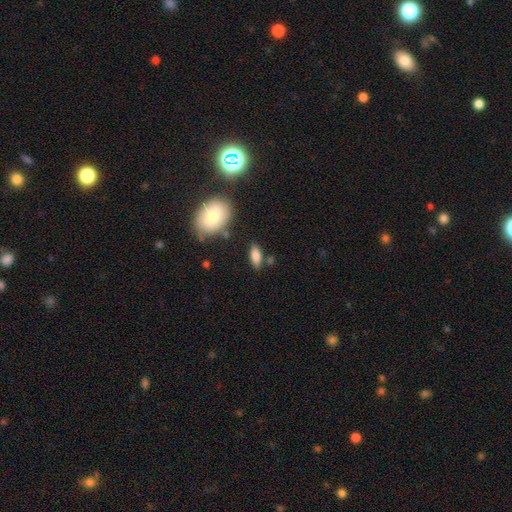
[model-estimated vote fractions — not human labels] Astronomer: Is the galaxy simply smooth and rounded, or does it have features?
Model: smooth — 81%.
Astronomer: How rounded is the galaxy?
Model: in between — 77%.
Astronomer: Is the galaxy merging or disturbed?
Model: none — 76%.